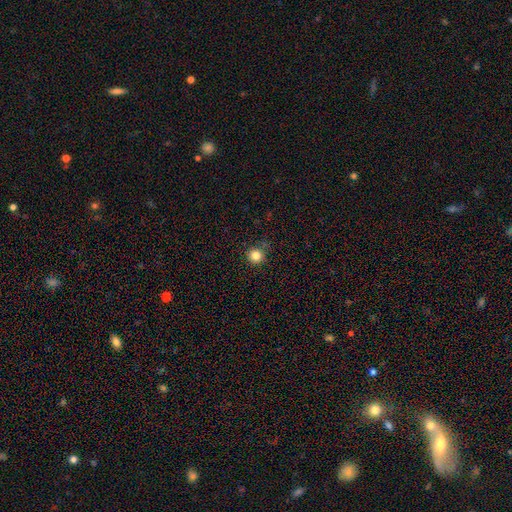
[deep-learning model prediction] This appears to be a smooth galaxy with no disk features (83%) that is round (95%). Merging: none (86%).